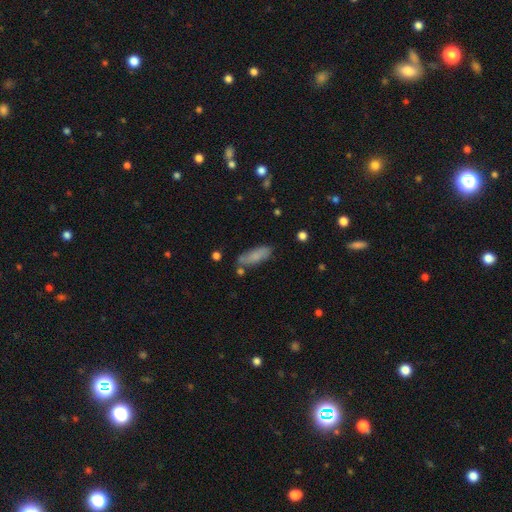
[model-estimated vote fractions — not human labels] Smooth or featured?
  - smooth: 79% *
  - featured or disk: 14%
  - star or artifact: 8%
How rounded?
  - in between: 60% *
  - cigar-shaped: 38%
  - round: 2%
Merging?
  - none: 67% *
  - minor disturbance: 20%
  - merger: 7%
  - major disturbance: 5%